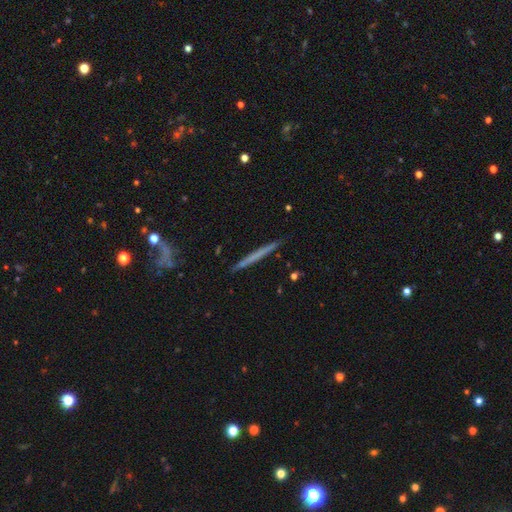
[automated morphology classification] Smooth or featured? Predicted: featured or disk (p=0.47, tied with smooth). Merging? Predicted: none (p=0.90).